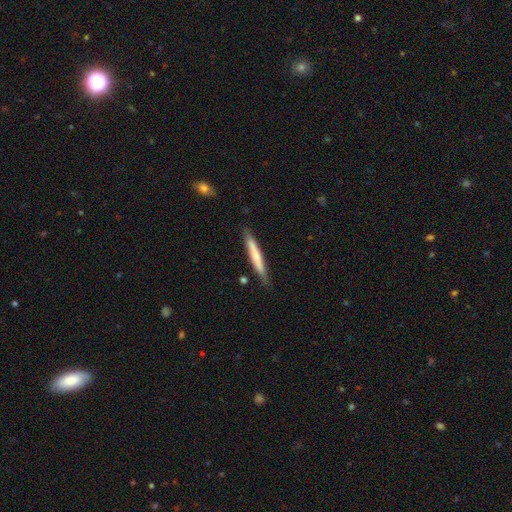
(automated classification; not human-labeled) Q: Smooth or featured?
A: smooth (55%); runner-up: featured or disk (40%)
Q: How rounded?
A: cigar-shaped (95%); runner-up: in between (4%)
Q: Merging?
A: none (85%); runner-up: minor disturbance (11%)